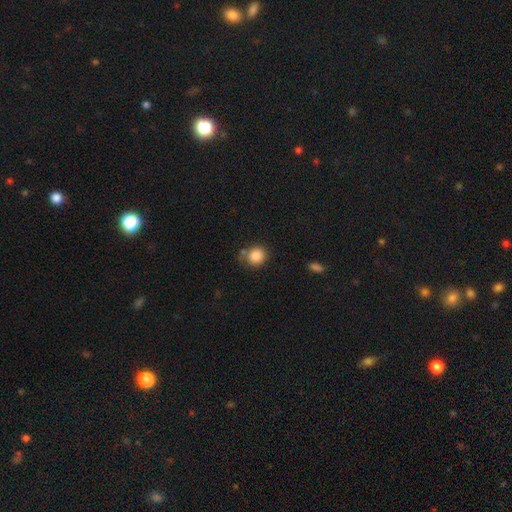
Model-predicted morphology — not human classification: Smooth or featured: smooth — 86% (star or artifact — 9%)
How rounded: round — 85% (in between — 14%)
Merging: none — 71% (minor disturbance — 15%)